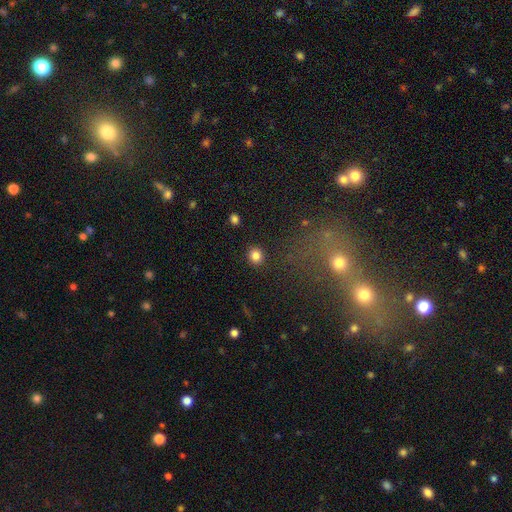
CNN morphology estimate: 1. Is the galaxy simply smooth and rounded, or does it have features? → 84% smooth, 11% star or artifact, 5% featured or disk.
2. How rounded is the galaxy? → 82% round, 17% in between, 1% cigar-shaped.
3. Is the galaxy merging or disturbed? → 90% none, 6% minor disturbance, 2% major disturbance, 1% merger.